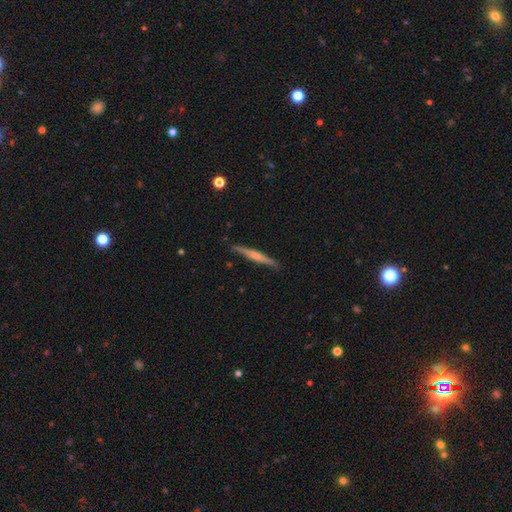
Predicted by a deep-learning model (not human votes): Smooth or featured: featured or disk — 57% (smooth — 37%)
Edge-on disk: yes — 97% (no — 3%)
Edge-on bulge: rounded — 52% (none — 31%)
Merging: none — 87% (minor disturbance — 10%)